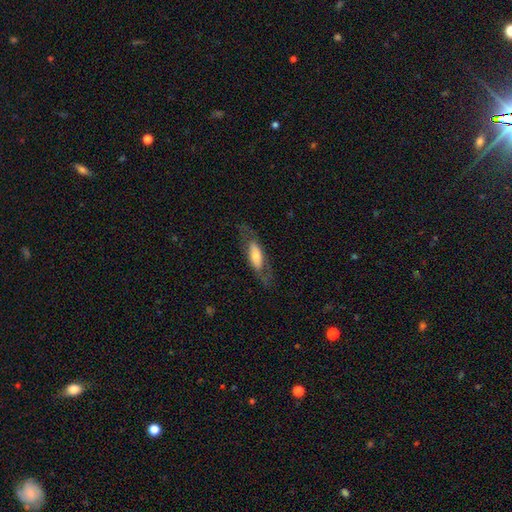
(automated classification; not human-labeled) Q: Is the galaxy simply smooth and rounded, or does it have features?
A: smooth — 49%.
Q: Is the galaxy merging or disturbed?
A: none — 68%.